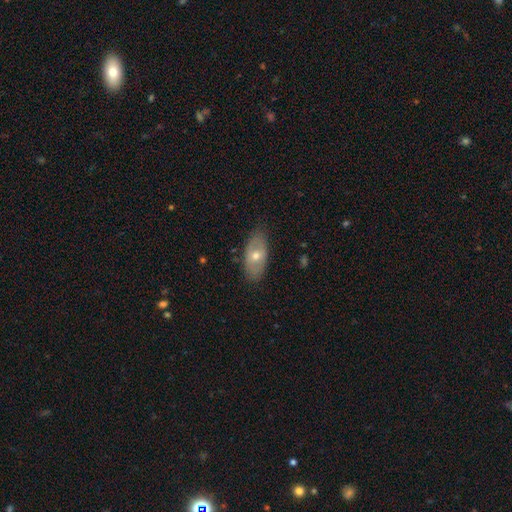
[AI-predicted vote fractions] Morphology: type=smooth (49%); merging=none (82%).